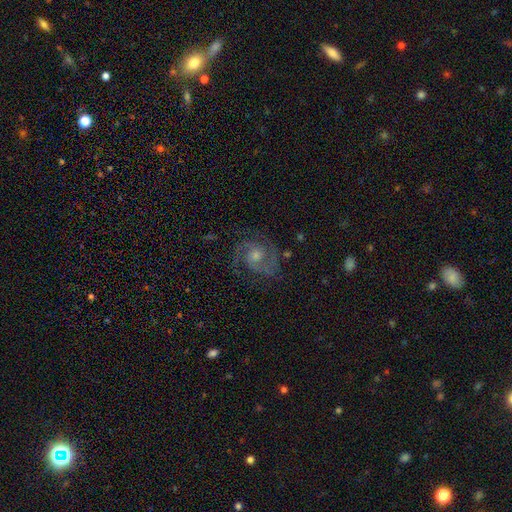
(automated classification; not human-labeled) A featured or disk galaxy (87%) with no bar (60%), 2 (82%) medium (53%) spiral arms (98%) and a moderate central bulge (53%). Merging: none (78%).